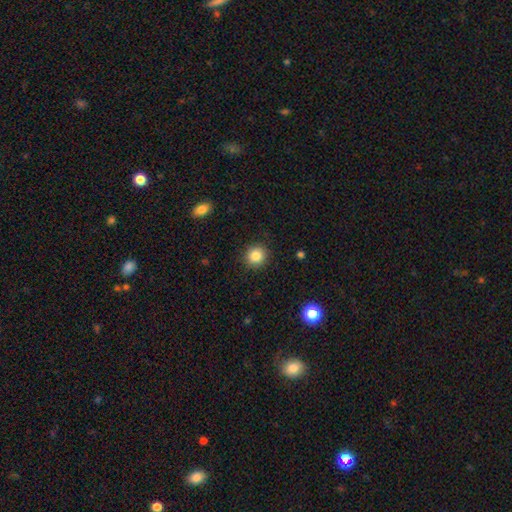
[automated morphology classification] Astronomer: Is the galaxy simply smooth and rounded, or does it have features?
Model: smooth — 84%.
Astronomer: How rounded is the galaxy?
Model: round — 90%.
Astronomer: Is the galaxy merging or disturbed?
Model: none — 91%.